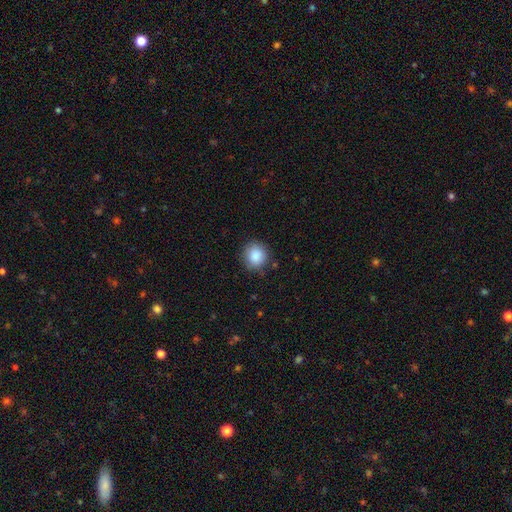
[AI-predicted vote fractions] smooth_or_featured: smooth (p=0.87) [alt: star or artifact p=0.09]
how_rounded: round (p=0.89) [alt: in between p=0.10]
merging: none (p=0.86) [alt: minor disturbance p=0.10]